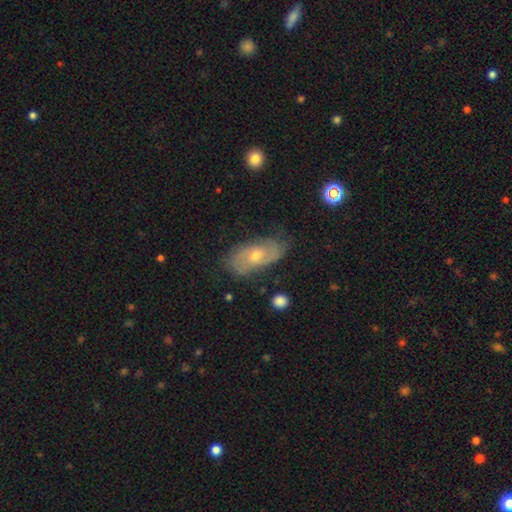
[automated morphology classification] smooth_or_featured: featured or disk (p=0.63) [alt: smooth p=0.29]
disk_edge_on: no (p=0.90) [alt: yes p=0.10]
bar: no (p=0.73) [alt: weak p=0.23]
has_spiral_arms: yes (p=0.80) [alt: no p=0.20]
bulge_size: small (p=0.49) [alt: moderate p=0.48]
merging: none (p=0.68) [alt: minor disturbance p=0.23]